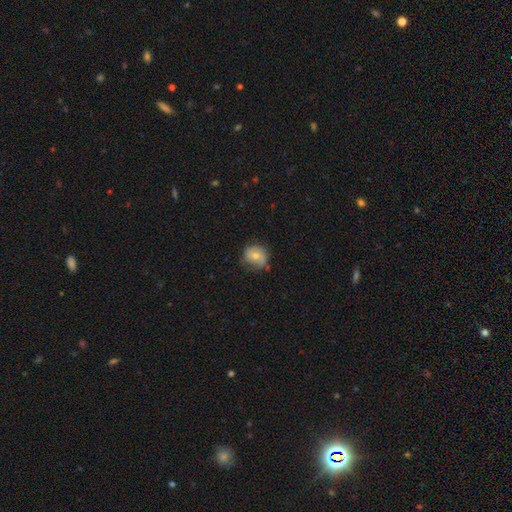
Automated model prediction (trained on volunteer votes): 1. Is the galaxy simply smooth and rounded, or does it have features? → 63% smooth, 29% featured or disk, 8% star or artifact.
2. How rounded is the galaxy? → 71% round, 28% in between, 1% cigar-shaped.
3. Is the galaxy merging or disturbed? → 63% none, 29% minor disturbance, 7% major disturbance, 2% merger.